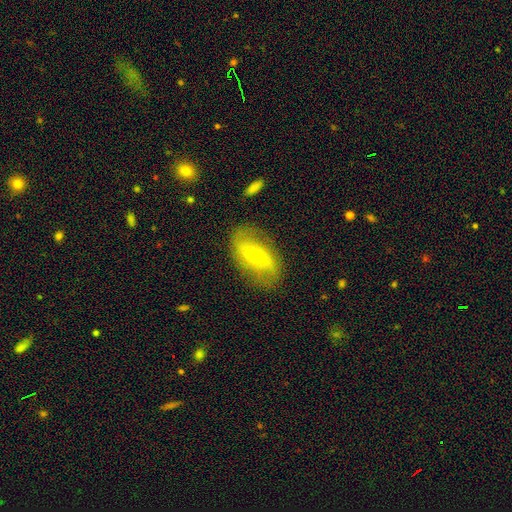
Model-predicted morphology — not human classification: Smooth or featured? Predicted: featured or disk (p=0.68). Edge-on disk? Predicted: no (p=0.91). Bar? Predicted: no (p=0.37). Spiral arms? Predicted: yes (p=0.79). Bulge size? Predicted: small (p=0.61). Merging? Predicted: none (p=0.79).